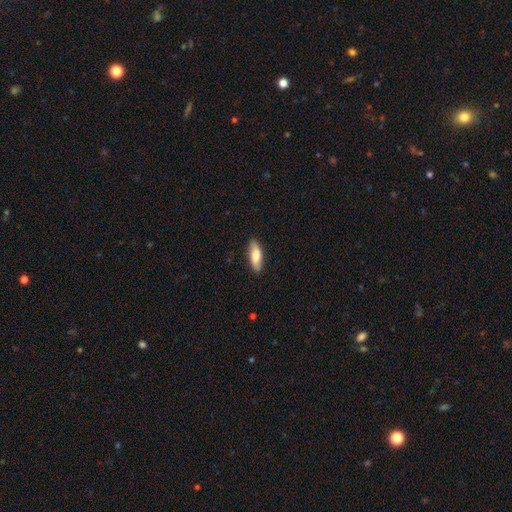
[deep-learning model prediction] Morphology: type=smooth (77%); roundness=in between (65%); merging=none (87%).